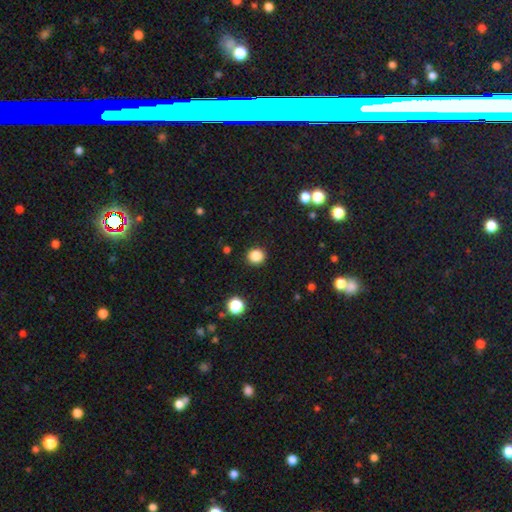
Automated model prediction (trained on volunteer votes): smooth 86%, star or artifact 11%, featured or disk 3%. Down the decision tree: how rounded — round (89%); merging — none (91%).